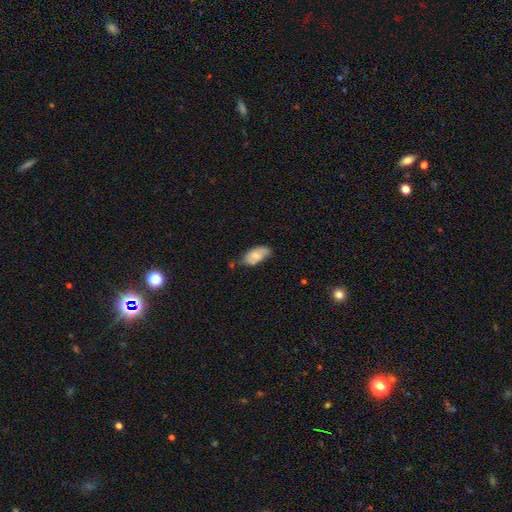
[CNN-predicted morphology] This appears to be a smooth galaxy with no disk features (73%) that is in between round and cigar-shaped (93%). Merging: none (59%).